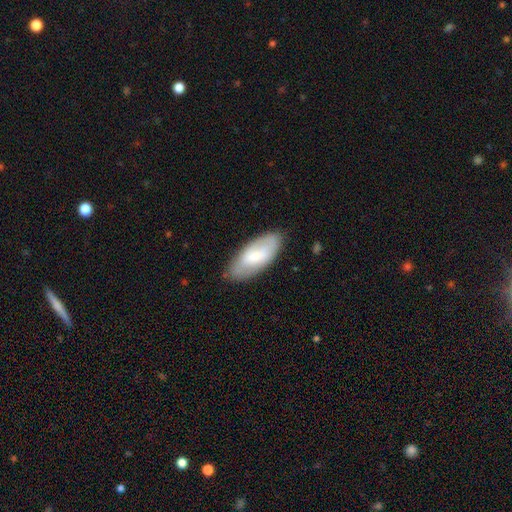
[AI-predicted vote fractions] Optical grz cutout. It shows a smooth galaxy with no disk features (60%) that is in between round and cigar-shaped (88%). Merging: none (81%).